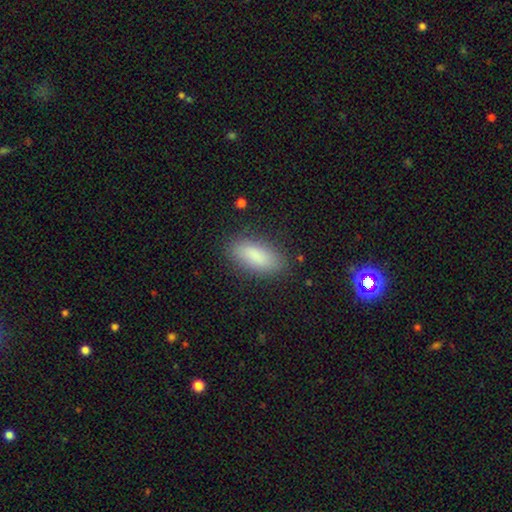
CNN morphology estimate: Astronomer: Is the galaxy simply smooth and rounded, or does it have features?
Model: smooth — 86%.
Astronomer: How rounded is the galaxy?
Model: in between — 79%.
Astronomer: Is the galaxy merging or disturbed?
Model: none — 85%.